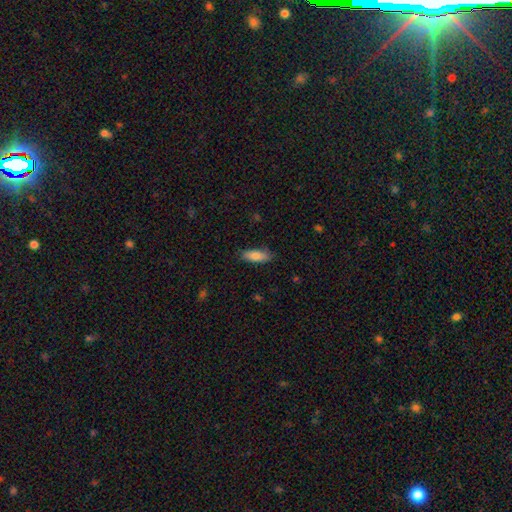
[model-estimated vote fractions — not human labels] smooth 81%, featured or disk 13%, star or artifact 6%. Down the decision tree: how rounded — in between (66%); merging — none (83%).